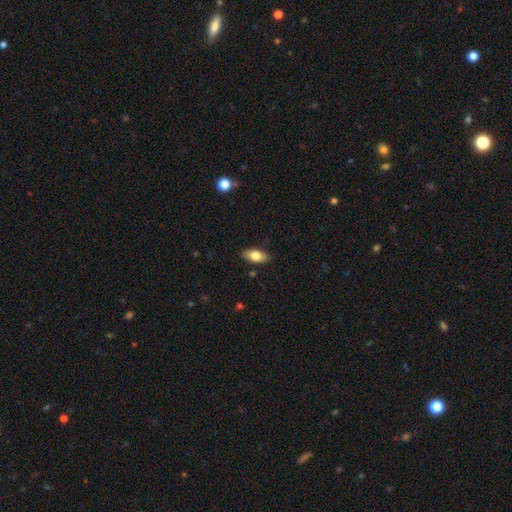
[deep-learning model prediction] This appears to be a smooth galaxy with no disk features (77%) that is in between round and cigar-shaped (87%). Merging: none (88%).